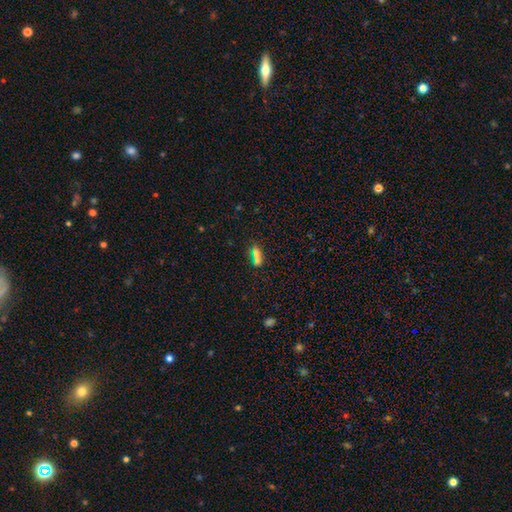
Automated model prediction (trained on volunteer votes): The model was most divided on "smooth or featured": smooth: 58%, star or artifact: 31%, featured or disk: 11%. More confident: merging — none (71%); how rounded — in between (62%).